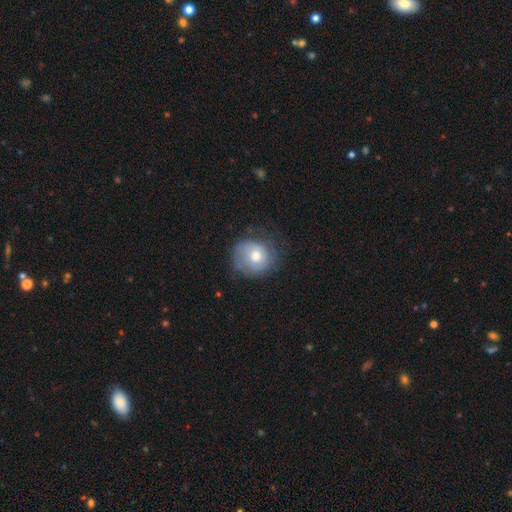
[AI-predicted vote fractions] Smooth or featured? smooth (51%)
How rounded? round (82%)
Merging? none (61%)